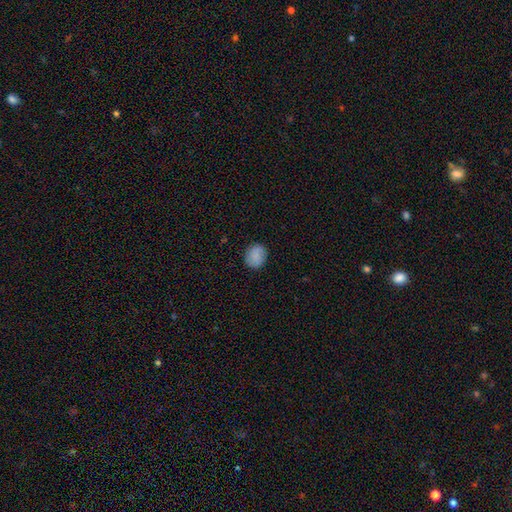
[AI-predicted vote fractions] This appears to be a smooth galaxy with no disk features (84%) that is round (65%). Merging: none (87%).